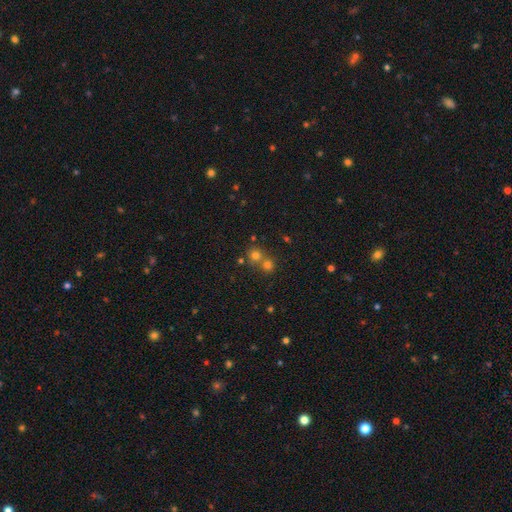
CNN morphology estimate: This appears to be a smooth galaxy with no disk features (70%) that is round (88%). Merging: none (48%).